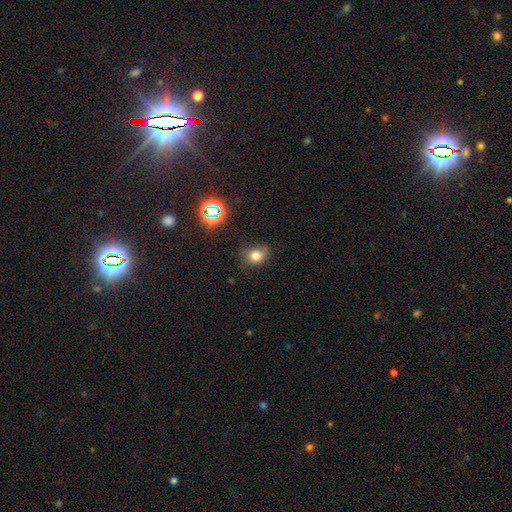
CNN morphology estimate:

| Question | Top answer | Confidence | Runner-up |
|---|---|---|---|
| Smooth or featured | smooth | 75% | star or artifact (16%) |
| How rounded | round | 56% | in between (43%) |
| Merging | none | 64% | minor disturbance (25%) |